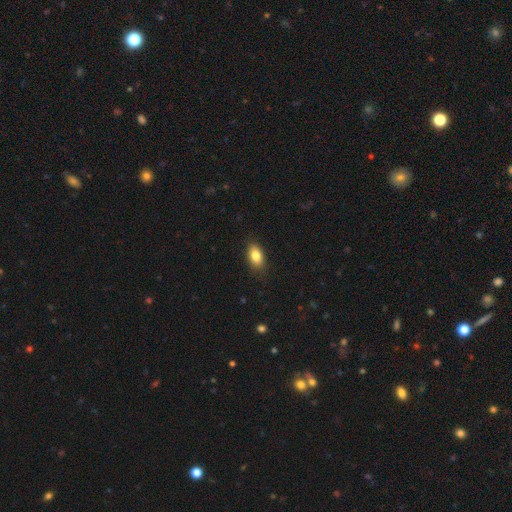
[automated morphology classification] Smooth or featured?
  - smooth: 84% *
  - featured or disk: 8%
  - star or artifact: 8%
How rounded?
  - in between: 89% *
  - round: 8%
  - cigar-shaped: 3%
Merging?
  - none: 85% *
  - minor disturbance: 12%
  - major disturbance: 2%
  - merger: 1%